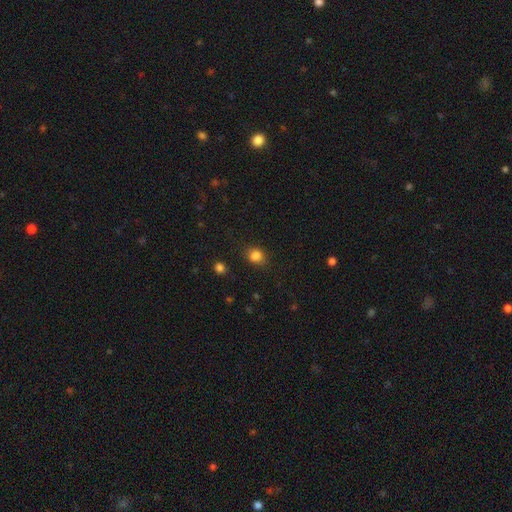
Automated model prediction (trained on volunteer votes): Overall: smooth (83%). How rounded: round (65%; in between 34%). Merging: none (79%).